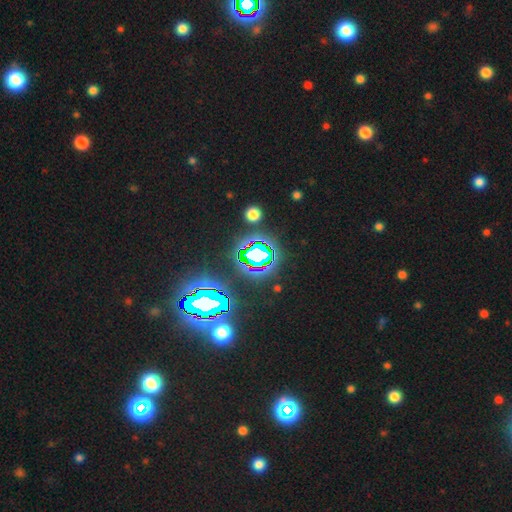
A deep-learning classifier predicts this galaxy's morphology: Smooth or featured?
  - star or artifact: 75% *
  - smooth: 15%
  - featured or disk: 11%